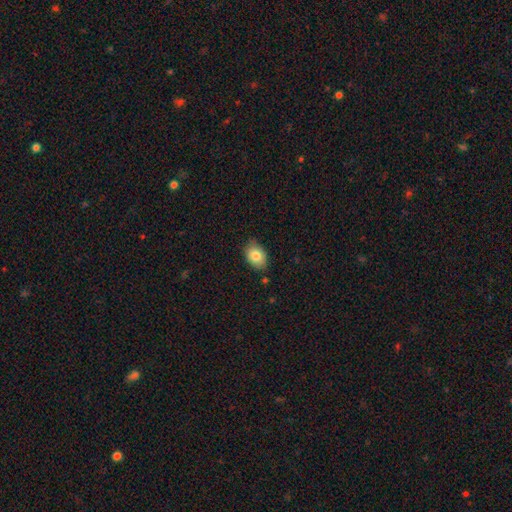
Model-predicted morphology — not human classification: Smooth or featured? smooth (82%)
How rounded? in between (82%)
Merging? none (79%)